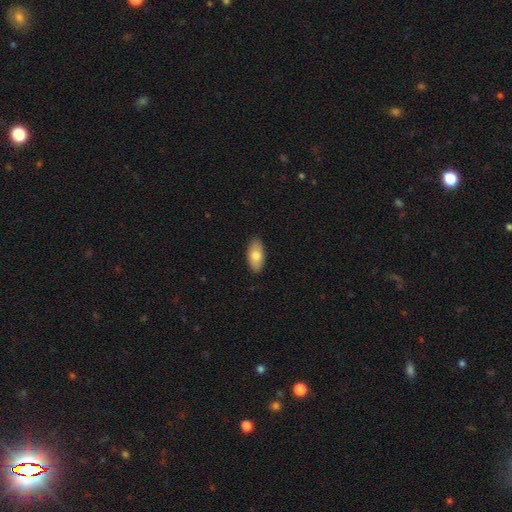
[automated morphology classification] smooth 80%, featured or disk 14%, star or artifact 6%. Down the decision tree: how rounded — in between (92%); merging — none (89%).